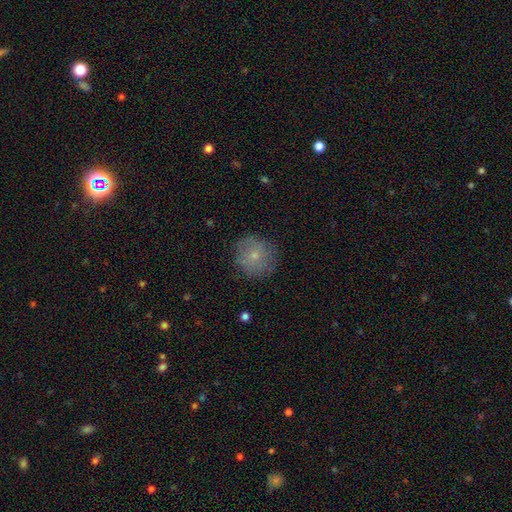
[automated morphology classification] smooth-or-featured: smooth: 68% | featured or disk: 21% | star or artifact: 11%
  how-rounded: round: 90% | in between: 9% | cigar-shaped: 1%
  merging: none: 80% | minor disturbance: 14% | major disturbance: 4% | merger: 1%